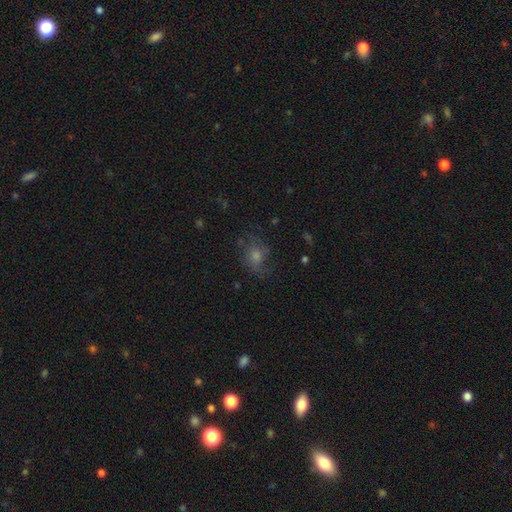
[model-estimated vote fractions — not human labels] Smooth or featured?
  - smooth: 39% *
  - featured or disk: 37%
  - star or artifact: 24%
Merging?
  - none: 64% *
  - minor disturbance: 20%
  - major disturbance: 15%
  - merger: 2%